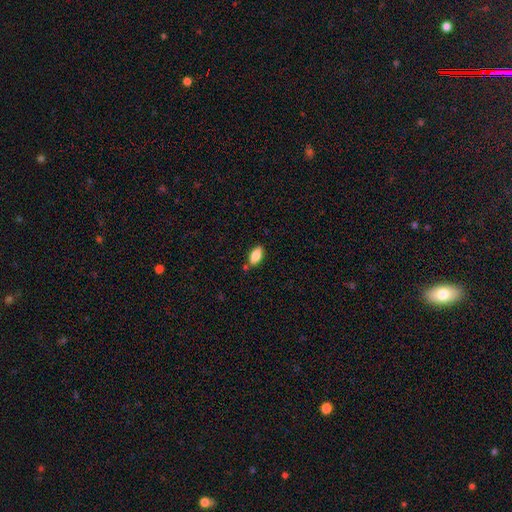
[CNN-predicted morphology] Overall: smooth (84%). How rounded: in between (90%). Merging: none (78%).